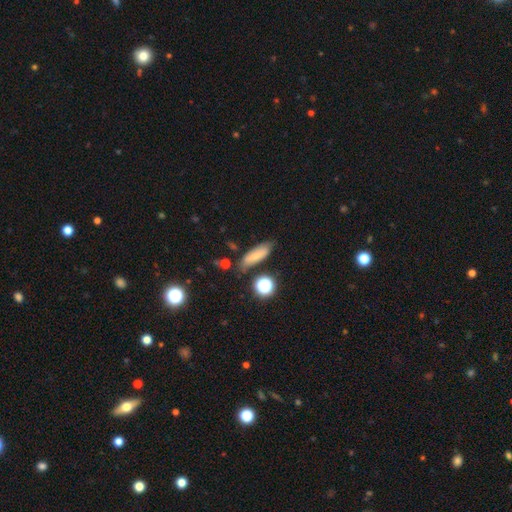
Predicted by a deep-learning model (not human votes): Morphology: type=smooth (73%); roundness=in between (54%); merging=none (75%).